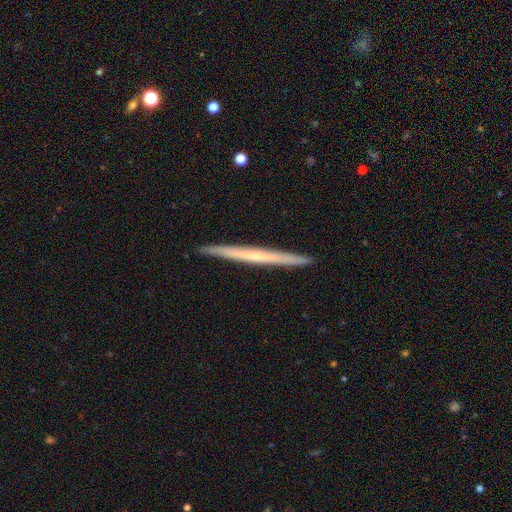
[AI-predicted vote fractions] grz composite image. It shows a featured or disk galaxy (57%) viewed edge-on (97%) with no central bulge (80%). Merging: none (93%).